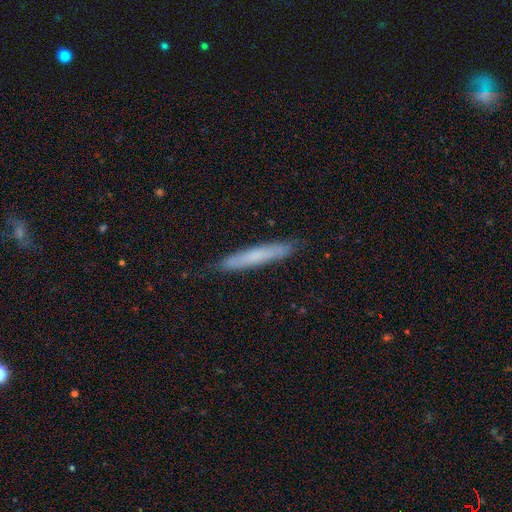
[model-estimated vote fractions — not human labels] A smooth galaxy with no disk features (67%) that is cigar-shaped (94%). Merging: none (84%).